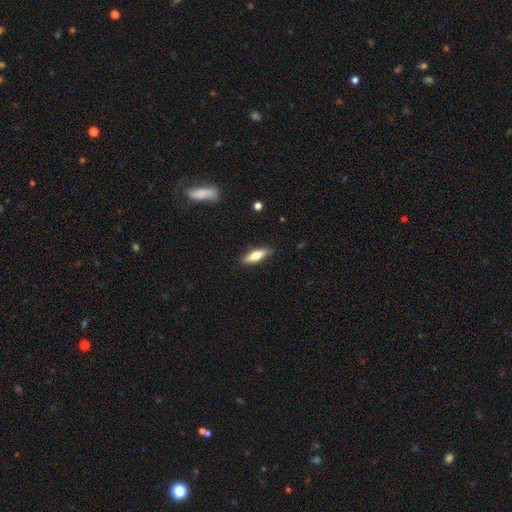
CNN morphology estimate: The model was most divided on "how rounded": in between: 50%, cigar-shaped: 48%, round: 2%. More confident: merging — none (84%); smooth or featured — smooth (67%).